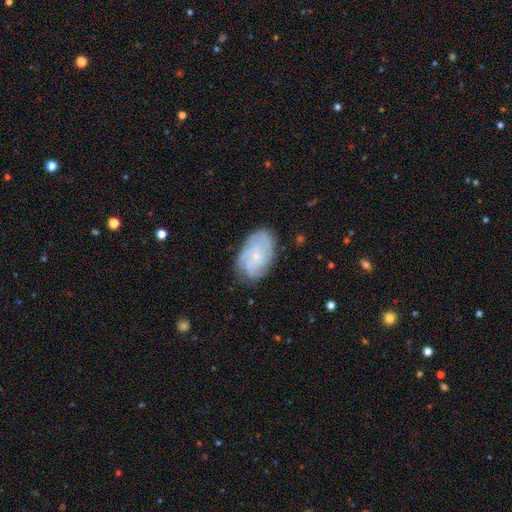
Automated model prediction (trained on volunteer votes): Overall: featured or disk (77%). Edge-on disk: no (97%). Bar: no (77%). Spiral arms: yes (94%). Spiral arm count: can't tell (29%; 4 25%). Spiral winding: tight (59%; medium 32%). Bulge size: small (78%). Merging: none (75%).